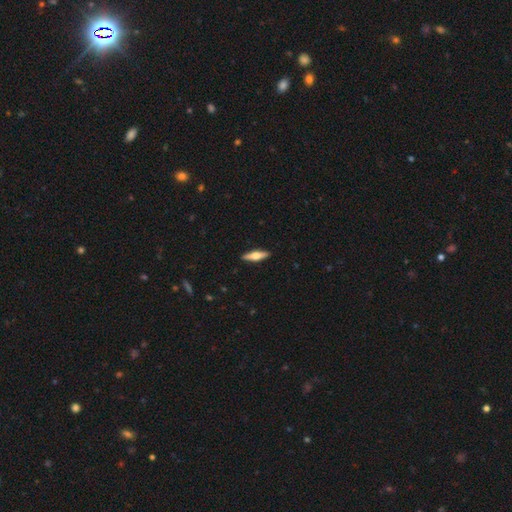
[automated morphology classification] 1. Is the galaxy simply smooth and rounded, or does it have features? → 53% featured or disk, 42% smooth, 5% star or artifact.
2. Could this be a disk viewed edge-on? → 94% yes, 6% no.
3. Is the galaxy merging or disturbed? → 91% none, 7% minor disturbance, 1% major disturbance, 1% merger.